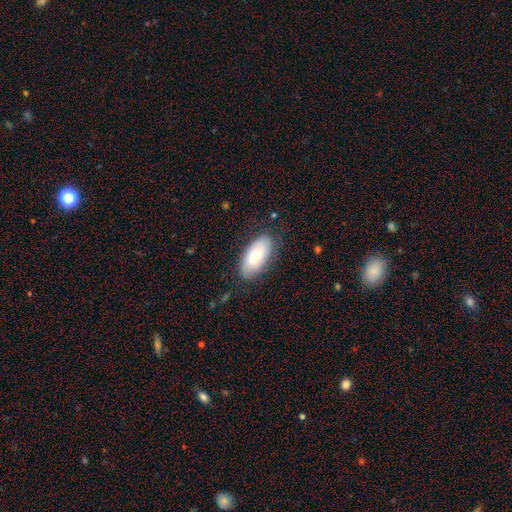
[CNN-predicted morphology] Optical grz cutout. It shows a smooth galaxy with no disk features (67%) that is in between round and cigar-shaped (93%). Merging: none (81%).